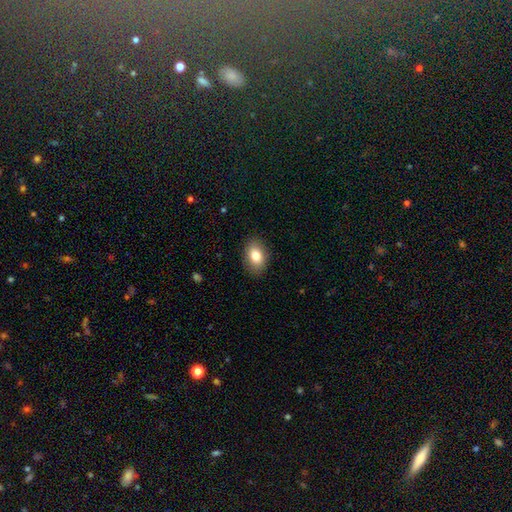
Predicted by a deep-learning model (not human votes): Smooth or featured? smooth (82%)
How rounded? in between (88%)
Merging? none (87%)